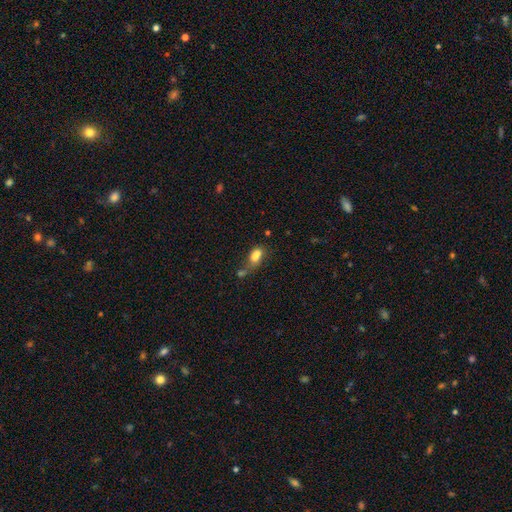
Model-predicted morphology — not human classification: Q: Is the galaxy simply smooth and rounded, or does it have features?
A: smooth — 74%.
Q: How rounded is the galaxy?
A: in between — 78%.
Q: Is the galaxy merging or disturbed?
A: merger — 50%.